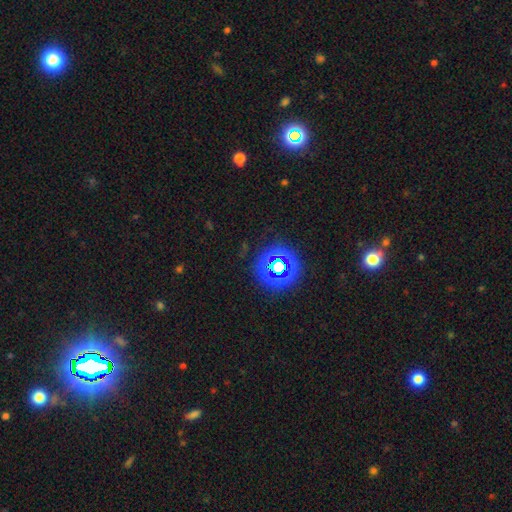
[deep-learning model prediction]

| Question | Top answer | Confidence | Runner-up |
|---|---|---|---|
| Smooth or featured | star or artifact | 67% | smooth (26%) |